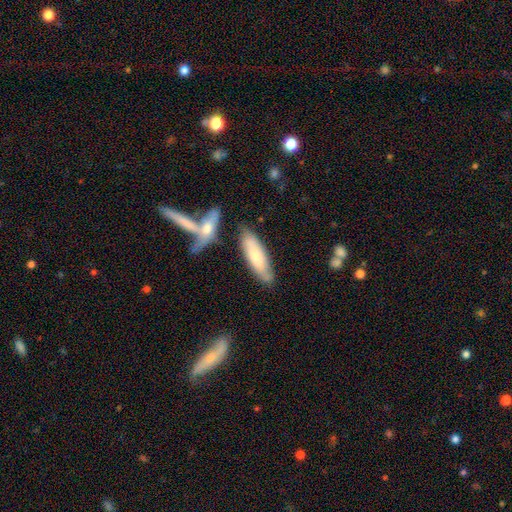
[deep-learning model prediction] smooth_or_featured: smooth (p=0.63) [alt: featured or disk p=0.31]
how_rounded: cigar-shaped (p=0.56) [alt: in between p=0.43]
merging: none (p=0.68) [alt: minor disturbance p=0.16]